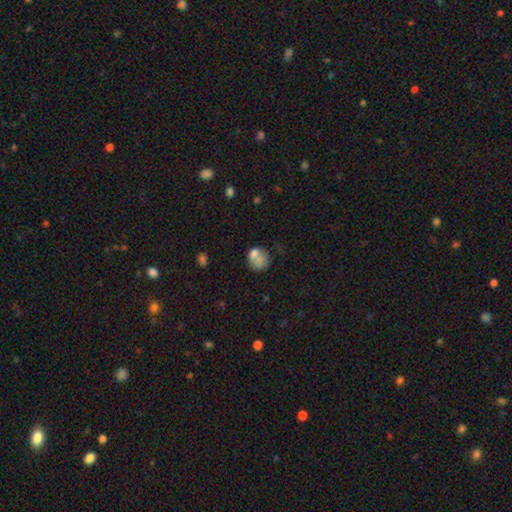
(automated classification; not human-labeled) This is likely a smooth galaxy (73%). How rounded: likely round (75%). Merging: possibly none (46%).